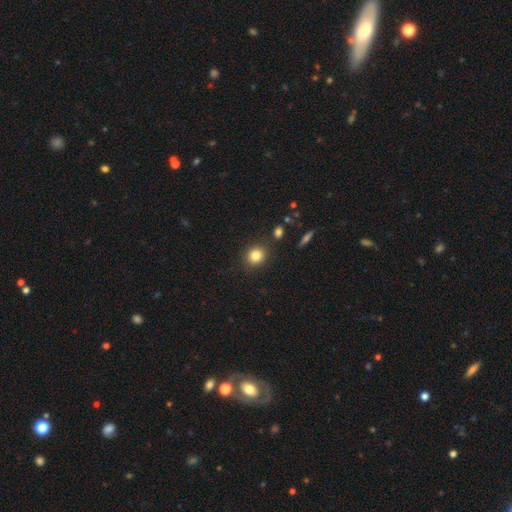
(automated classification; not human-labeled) This is clearly a smooth galaxy (84%). How rounded: clearly round (85%). Merging: clearly none (87%).